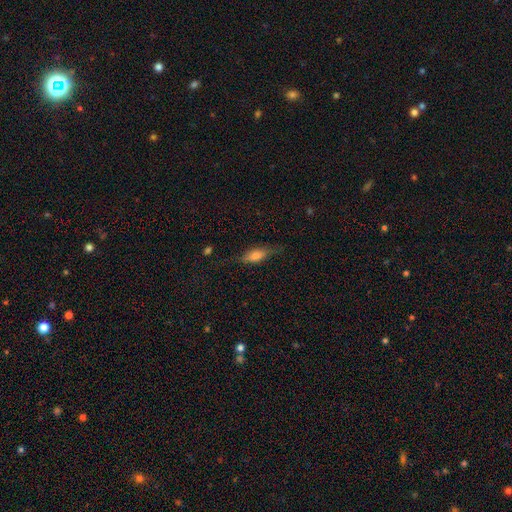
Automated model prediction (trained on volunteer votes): smooth_or_featured: smooth (p=0.60) [alt: featured or disk p=0.32]
how_rounded: in between (p=0.58) [alt: cigar-shaped p=0.38]
merging: none (p=0.69) [alt: minor disturbance p=0.21]